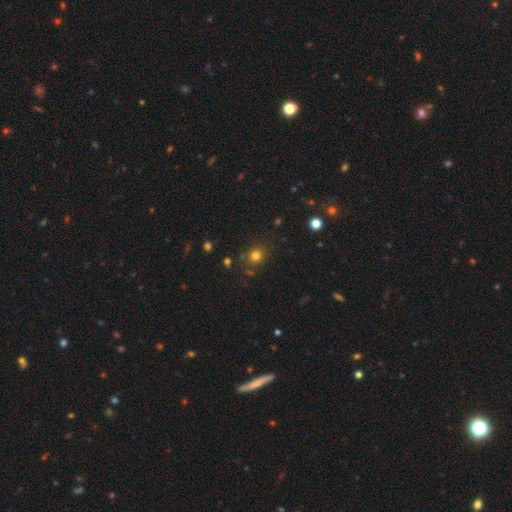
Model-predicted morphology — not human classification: This is likely a smooth galaxy (77%). How rounded: clearly round (82%). Merging: likely none (80%).